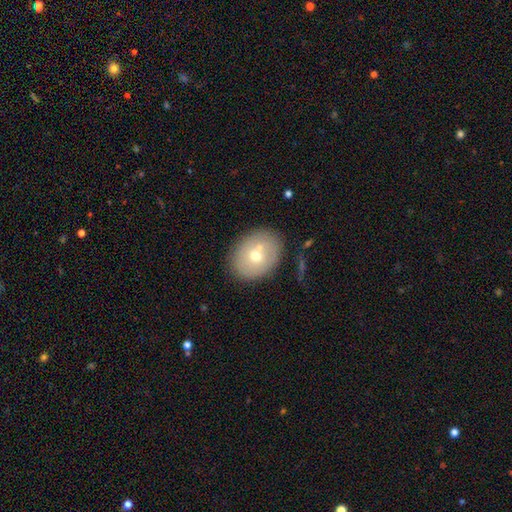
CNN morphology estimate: smooth_or_featured: smooth (p=0.63) [alt: featured or disk p=0.28]
how_rounded: in between (p=0.54) [alt: round p=0.45]
merging: none (p=0.72) [alt: merger p=0.13]